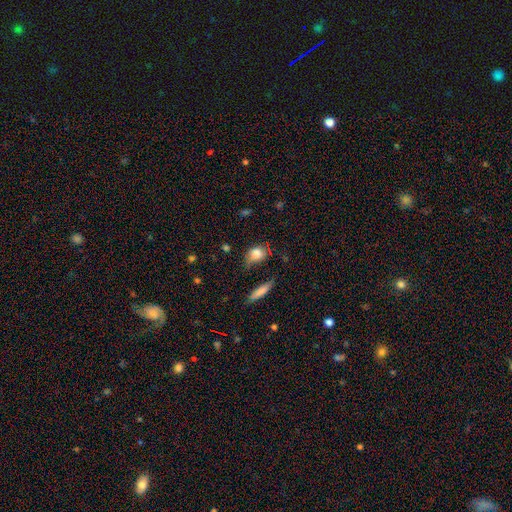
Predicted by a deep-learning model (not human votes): Smooth or featured? smooth (80%)
How rounded? in between (58%)
Merging? none (48%)